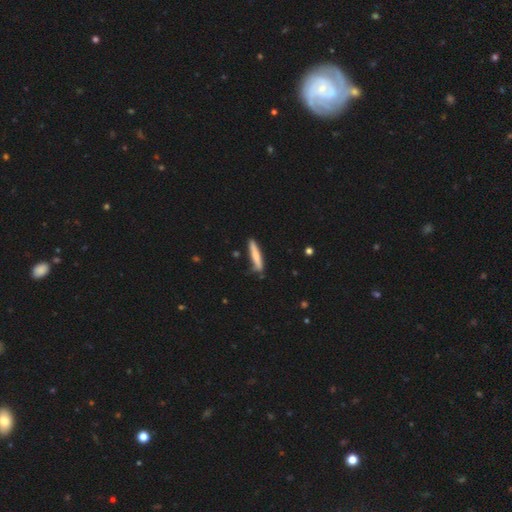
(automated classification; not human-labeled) A smooth galaxy with no disk features (70%) that is cigar-shaped (91%). Merging: none (75%).